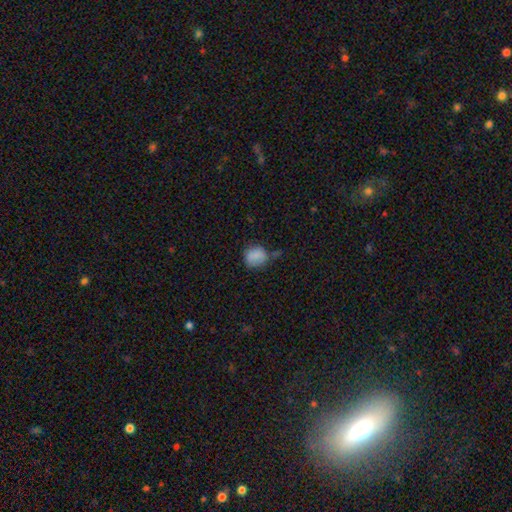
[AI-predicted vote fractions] Morphology: type=smooth (82%); roundness=round (68%); merging=none (51%).